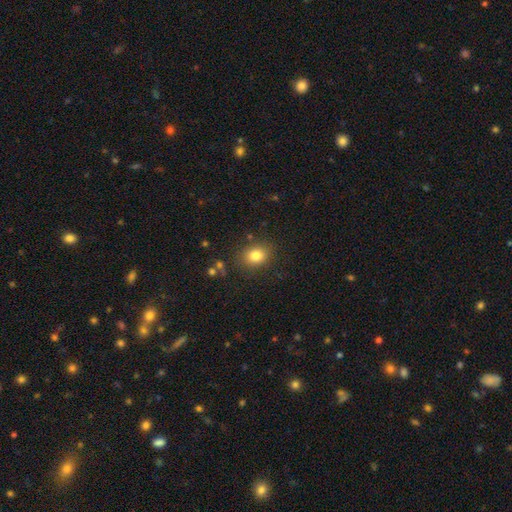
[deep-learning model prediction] smooth_or_featured: smooth (p=0.81) [alt: star or artifact p=0.11]
how_rounded: in between (p=0.53) [alt: round p=0.46]
merging: none (p=0.83) [alt: minor disturbance p=0.11]